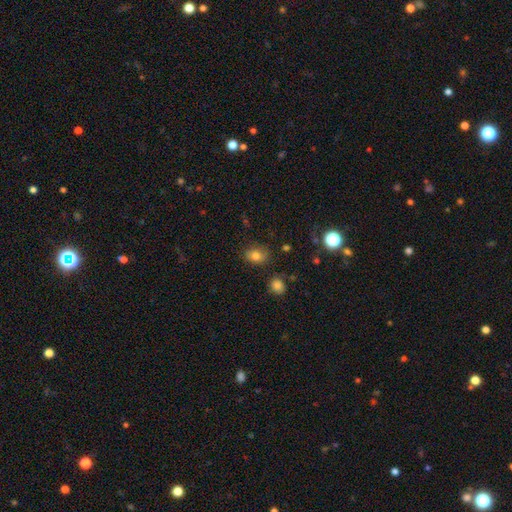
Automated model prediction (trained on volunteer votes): smooth-or-featured: smooth: 79% | star or artifact: 12% | featured or disk: 9%
  how-rounded: in between: 67% | round: 32% | cigar-shaped: 1%
  merging: none: 79% | minor disturbance: 14% | major disturbance: 4% | merger: 3%